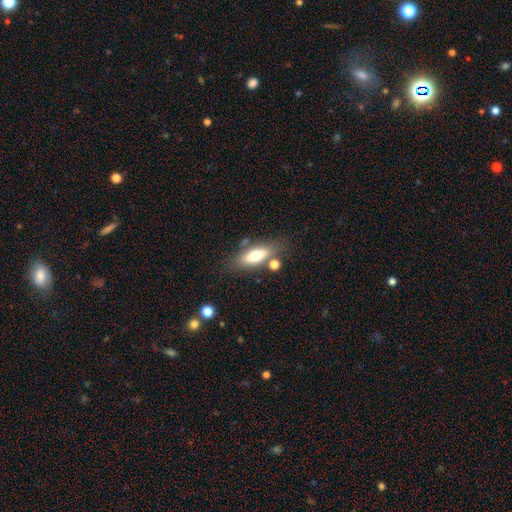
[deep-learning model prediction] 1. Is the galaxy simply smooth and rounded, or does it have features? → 65% smooth, 27% featured or disk, 8% star or artifact.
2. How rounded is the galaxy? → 67% in between, 30% cigar-shaped, 3% round.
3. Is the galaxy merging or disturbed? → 68% none, 15% minor disturbance, 11% merger, 5% major disturbance.